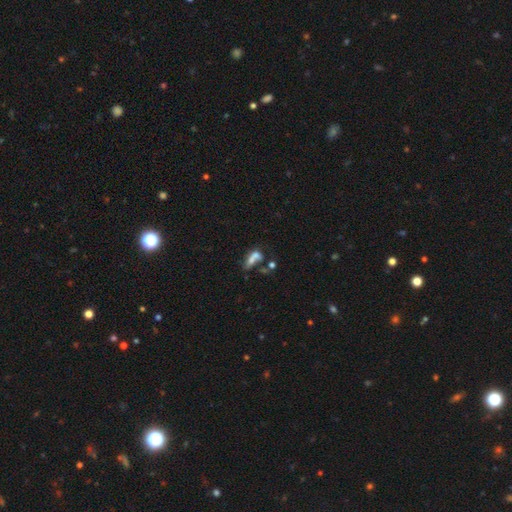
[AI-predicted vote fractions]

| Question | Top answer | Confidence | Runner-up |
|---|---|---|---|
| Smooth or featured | smooth | 57% | featured or disk (26%) |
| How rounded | in between | 68% | cigar-shaped (21%) |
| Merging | merger | 47% | none (23%) |